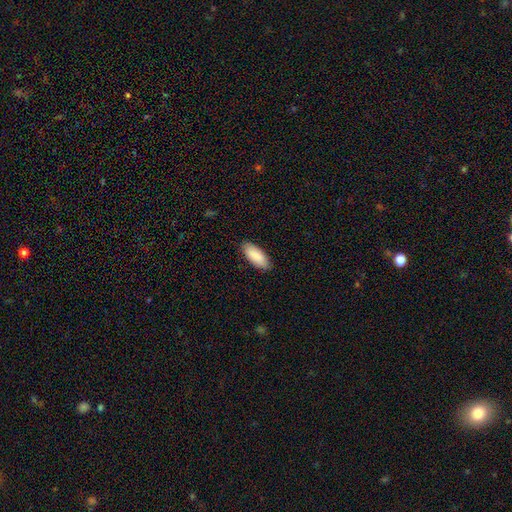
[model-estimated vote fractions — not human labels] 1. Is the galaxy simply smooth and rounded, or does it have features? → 90% smooth, 5% star or artifact, 5% featured or disk.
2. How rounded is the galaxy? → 81% in between, 17% cigar-shaped, 1% round.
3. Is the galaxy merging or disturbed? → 88% none, 10% minor disturbance, 2% major disturbance, 1% merger.